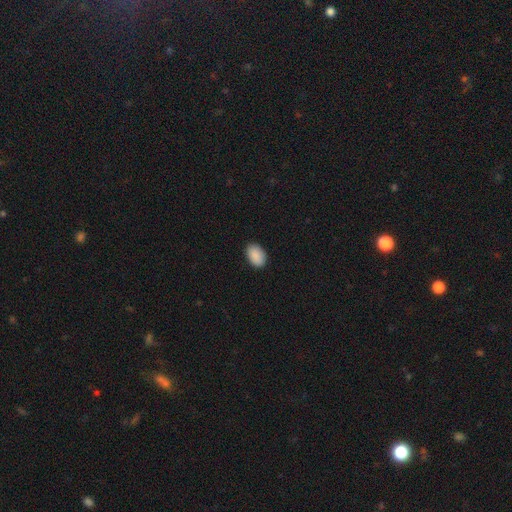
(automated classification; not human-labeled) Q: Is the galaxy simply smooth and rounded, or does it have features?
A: smooth — 90%.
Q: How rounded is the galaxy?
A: in between — 88%.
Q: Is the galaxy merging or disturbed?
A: none — 88%.